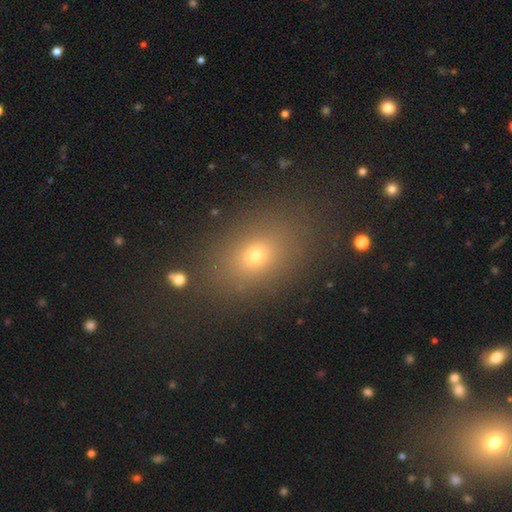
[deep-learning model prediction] Smooth or featured? Predicted: smooth (p=0.70). How rounded? Predicted: in between (p=0.69). Merging? Predicted: none (p=0.83).